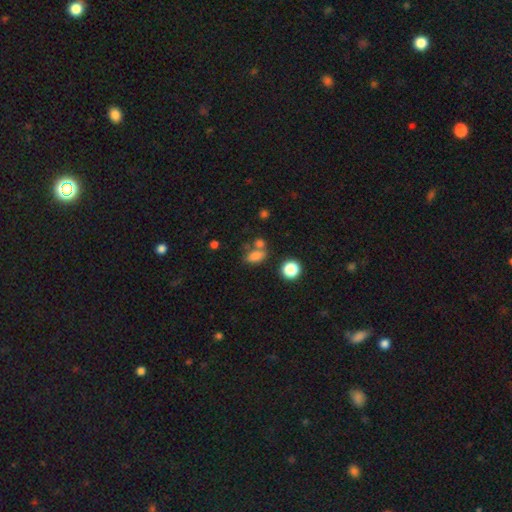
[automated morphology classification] Smooth or featured? smooth (78%)
How rounded? in between (77%)
Merging? none (49%)